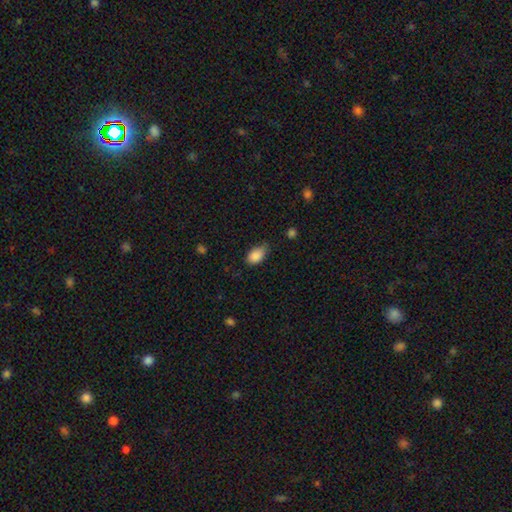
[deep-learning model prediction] smooth 88%, star or artifact 8%, featured or disk 5%. Down the decision tree: how rounded — in between (89%); merging — none (57%).